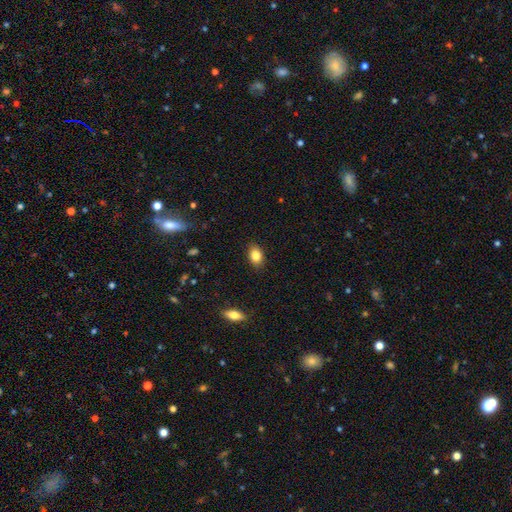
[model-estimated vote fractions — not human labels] Smooth or featured? smooth (84%)
How rounded? in between (80%)
Merging? none (87%)